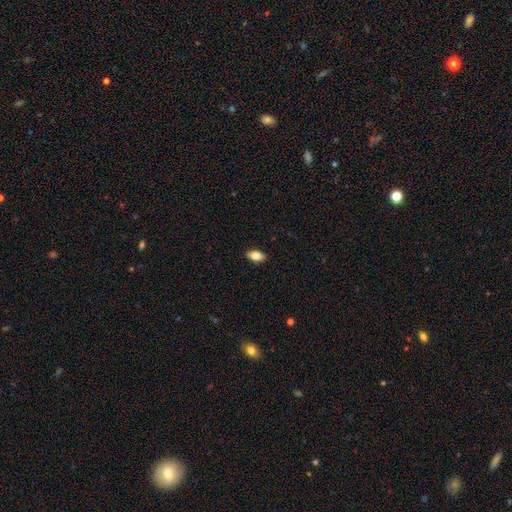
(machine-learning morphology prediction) This is likely a smooth galaxy (79%). How rounded: clearly in between (89%). Merging: clearly none (89%).